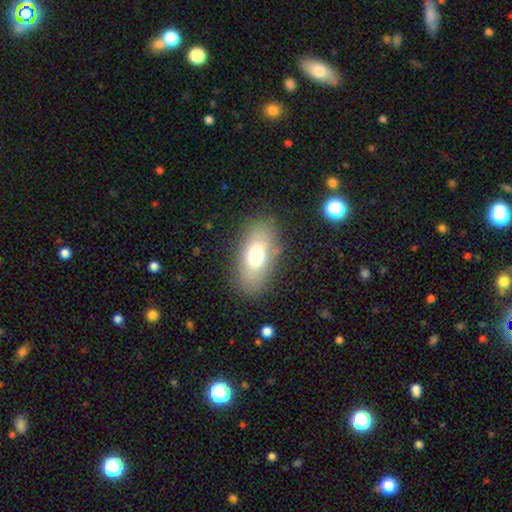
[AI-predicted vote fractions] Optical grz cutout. It shows a smooth galaxy with no disk features (69%) that is in between round and cigar-shaped (87%). Merging: none (81%).